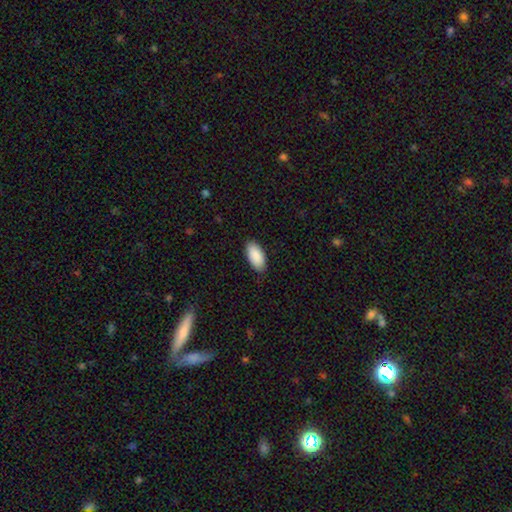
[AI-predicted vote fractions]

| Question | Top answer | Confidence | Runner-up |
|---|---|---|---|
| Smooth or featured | smooth | 91% | star or artifact (6%) |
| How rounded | in between | 95% | cigar-shaped (4%) |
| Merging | none | 87% | minor disturbance (10%) |